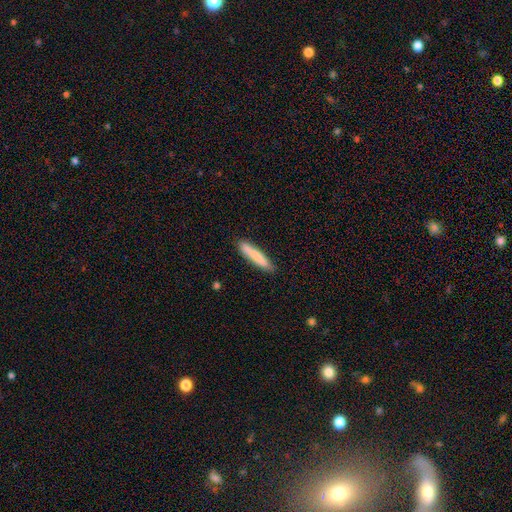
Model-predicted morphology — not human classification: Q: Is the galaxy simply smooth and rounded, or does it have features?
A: smooth — 81%.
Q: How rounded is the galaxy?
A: cigar-shaped — 91%.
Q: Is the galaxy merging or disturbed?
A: none — 86%.